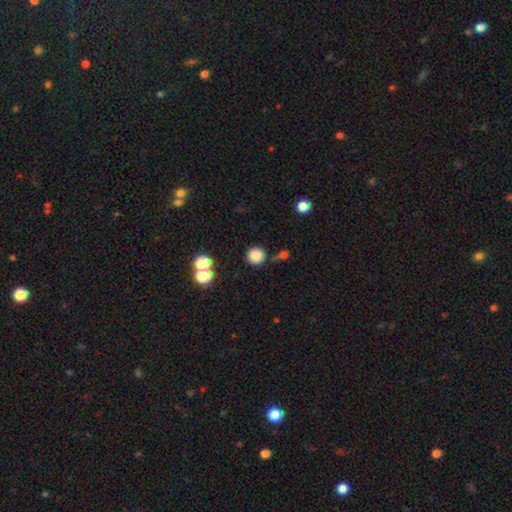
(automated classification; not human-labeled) smooth-or-featured: smooth: 83% | star or artifact: 12% | featured or disk: 5%
  how-rounded: round: 94% | in between: 5% | cigar-shaped: 1%
  merging: none: 80% | minor disturbance: 10% | merger: 7% | major disturbance: 4%